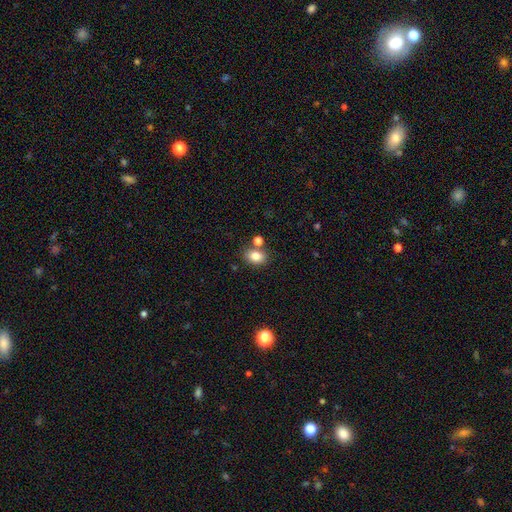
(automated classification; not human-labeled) Morphology: type=smooth (82%); roundness=in between (68%); merging=none (70%).